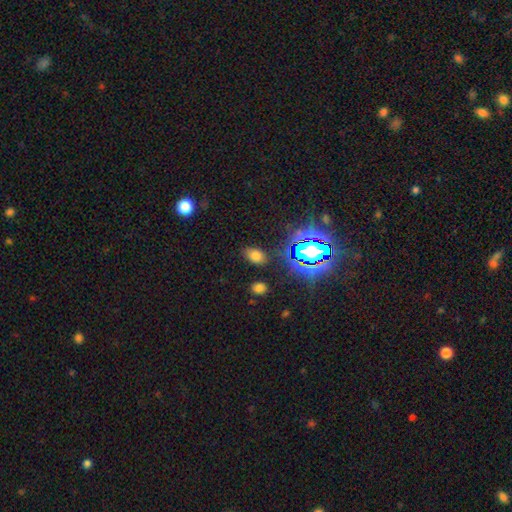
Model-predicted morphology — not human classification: Smooth or featured? Predicted: smooth (p=0.67). How rounded? Predicted: in between (p=0.85). Merging? Predicted: none (p=0.82).